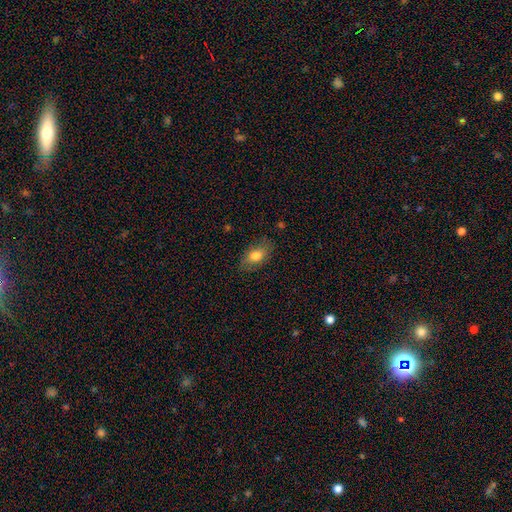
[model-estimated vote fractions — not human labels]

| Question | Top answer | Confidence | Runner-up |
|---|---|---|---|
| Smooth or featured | smooth | 77% | featured or disk (15%) |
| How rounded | in between | 89% | round (7%) |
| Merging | none | 80% | minor disturbance (15%) |